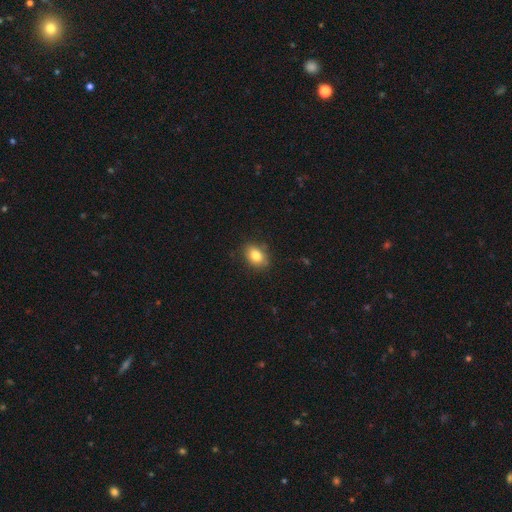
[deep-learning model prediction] Morphology: type=smooth (81%); roundness=in between (72%); merging=none (83%).